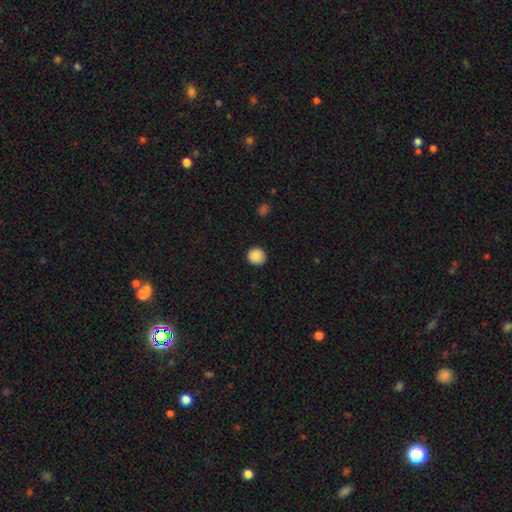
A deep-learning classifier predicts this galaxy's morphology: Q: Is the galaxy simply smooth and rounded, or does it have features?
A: smooth — 88%.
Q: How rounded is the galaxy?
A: round — 91%.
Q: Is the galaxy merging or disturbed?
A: none — 90%.